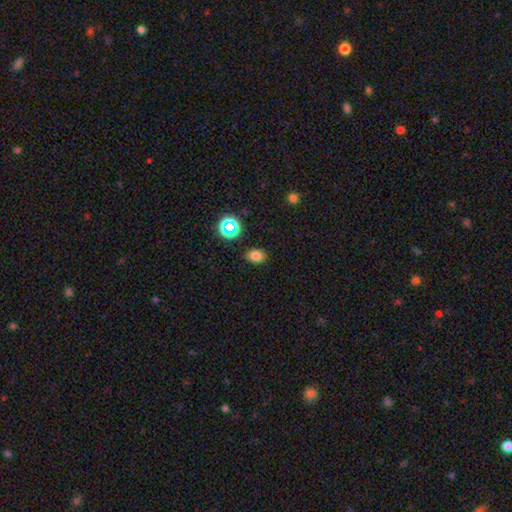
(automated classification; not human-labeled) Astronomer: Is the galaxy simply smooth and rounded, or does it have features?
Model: smooth — 77%.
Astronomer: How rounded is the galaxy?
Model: in between — 69%.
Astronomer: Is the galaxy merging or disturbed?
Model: none — 86%.